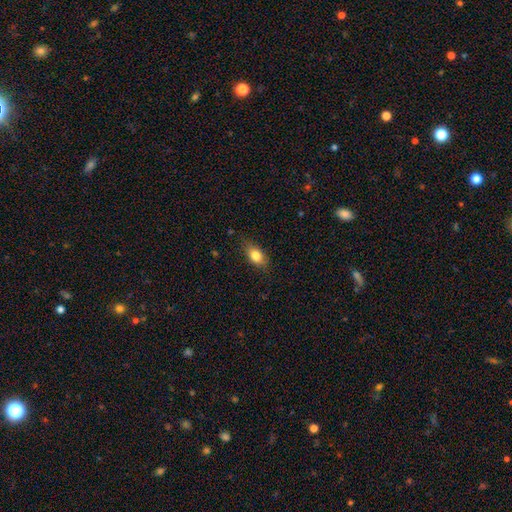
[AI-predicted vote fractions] Morphology: type=smooth (80%); roundness=in between (82%); merging=none (79%).